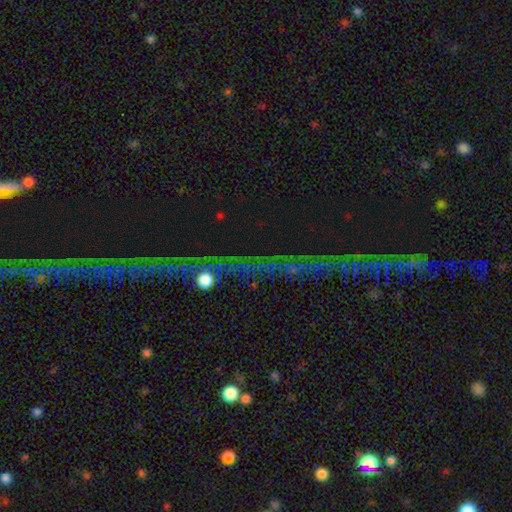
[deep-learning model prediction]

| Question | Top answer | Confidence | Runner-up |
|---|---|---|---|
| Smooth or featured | star or artifact | 72% | featured or disk (16%) |